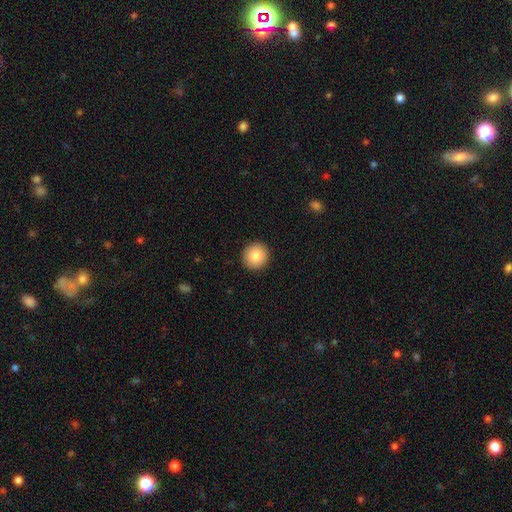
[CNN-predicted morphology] This is clearly a smooth galaxy (86%). How rounded: clearly round (94%). Merging: clearly none (93%).